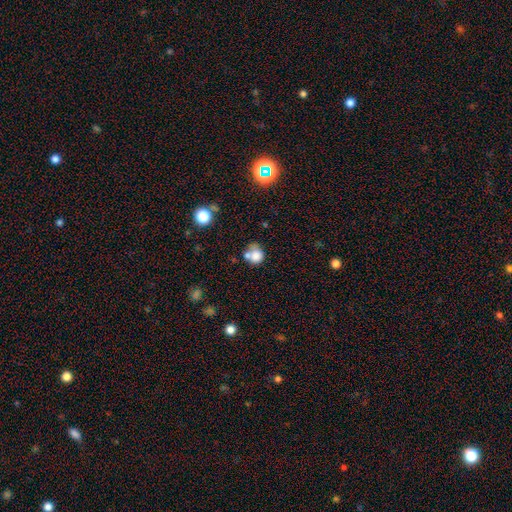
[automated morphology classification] Smooth or featured?
  - smooth: 75% *
  - featured or disk: 13%
  - star or artifact: 12%
How rounded?
  - round: 71% *
  - in between: 28%
  - cigar-shaped: 1%
Merging?
  - none: 40% *
  - merger: 35%
  - minor disturbance: 16%
  - major disturbance: 9%